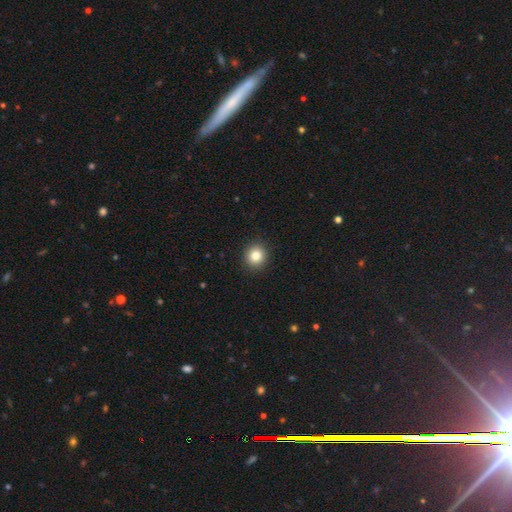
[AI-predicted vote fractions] Smooth or featured?
  - smooth: 84% *
  - star or artifact: 11%
  - featured or disk: 6%
How rounded?
  - round: 87% *
  - in between: 12%
  - cigar-shaped: 1%
Merging?
  - none: 92% *
  - minor disturbance: 5%
  - major disturbance: 2%
  - merger: 1%